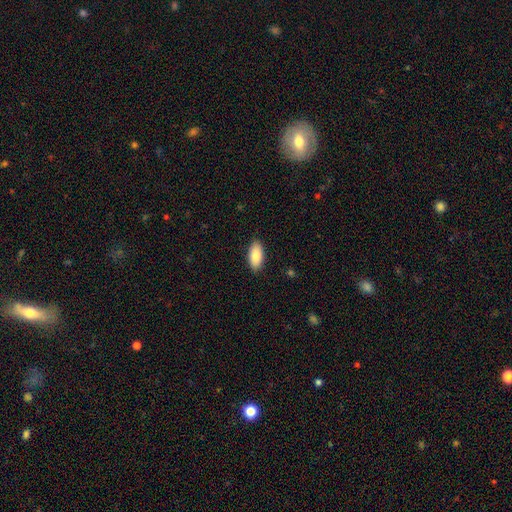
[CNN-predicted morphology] Q: Smooth or featured?
A: smooth (87%); runner-up: featured or disk (7%)
Q: How rounded?
A: in between (92%); runner-up: cigar-shaped (6%)
Q: Merging?
A: none (88%); runner-up: minor disturbance (9%)